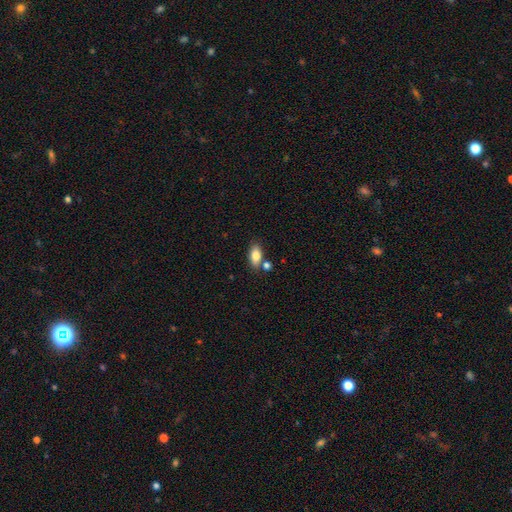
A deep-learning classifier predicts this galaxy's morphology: A smooth galaxy with no disk features (82%) that is in between round and cigar-shaped (87%). Merging: none (71%).